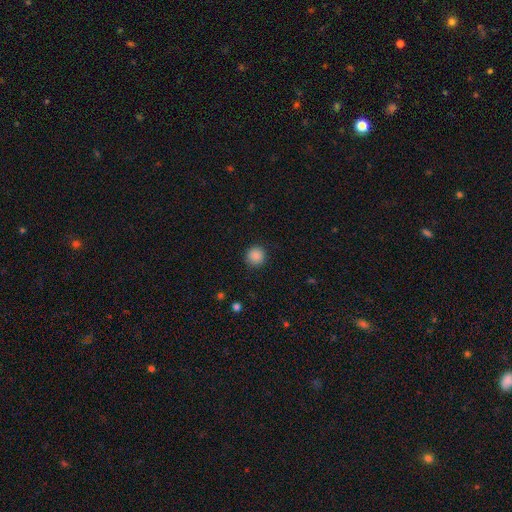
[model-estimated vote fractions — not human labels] Smooth or featured: smooth — 88% (star or artifact — 9%)
How rounded: round — 93% (in between — 6%)
Merging: none — 90% (minor disturbance — 7%)